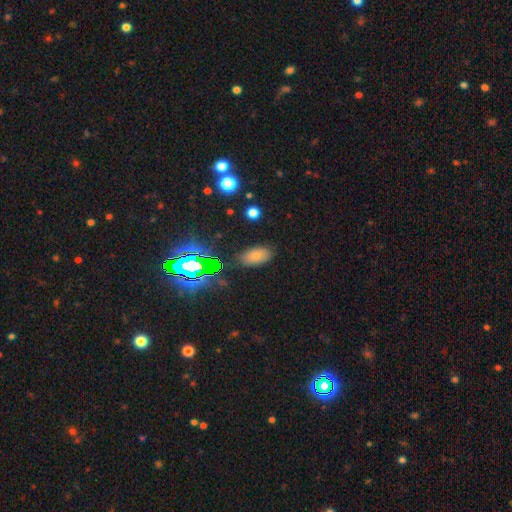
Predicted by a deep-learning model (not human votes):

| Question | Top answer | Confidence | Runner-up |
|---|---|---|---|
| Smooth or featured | smooth | 72% | star or artifact (18%) |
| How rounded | in between | 92% | round (4%) |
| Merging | none | 82% | minor disturbance (12%) |